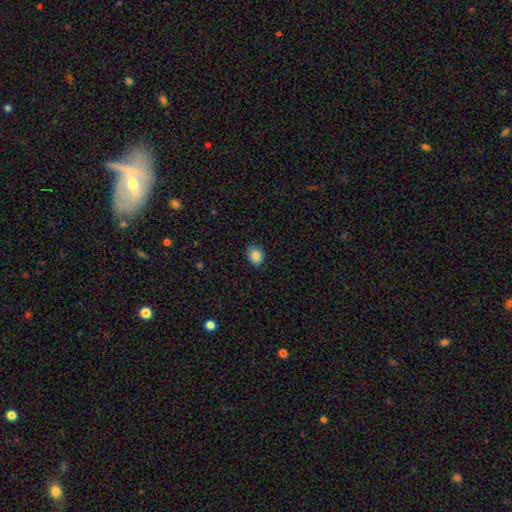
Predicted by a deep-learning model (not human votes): smooth 87%, star or artifact 9%, featured or disk 4%. Down the decision tree: how rounded — in between (59%); merging — none (82%).